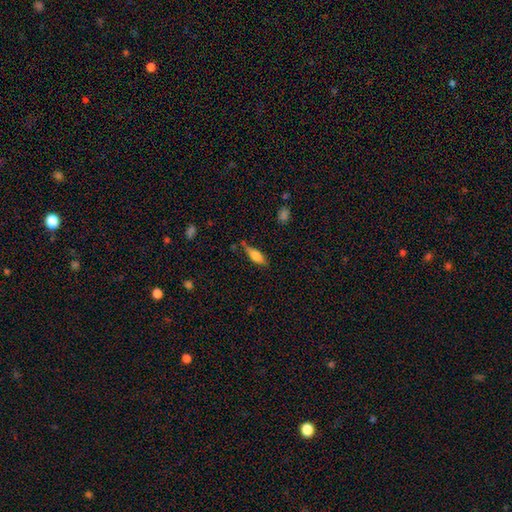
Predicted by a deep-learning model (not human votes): Smooth or featured? smooth (68%)
How rounded? in between (57%)
Merging? none (66%)